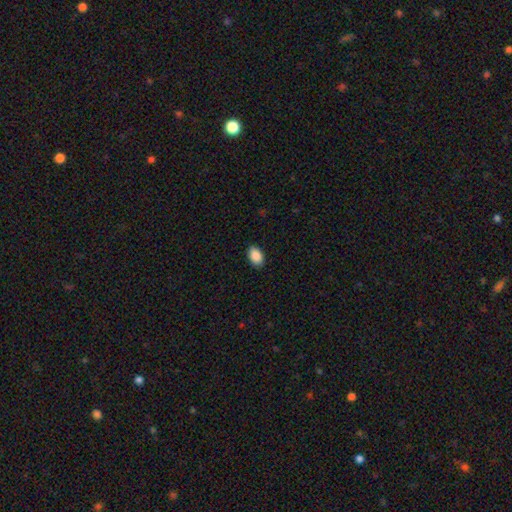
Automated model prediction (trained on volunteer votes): Morphology: type=smooth (89%); roundness=in between (88%); merging=none (88%).